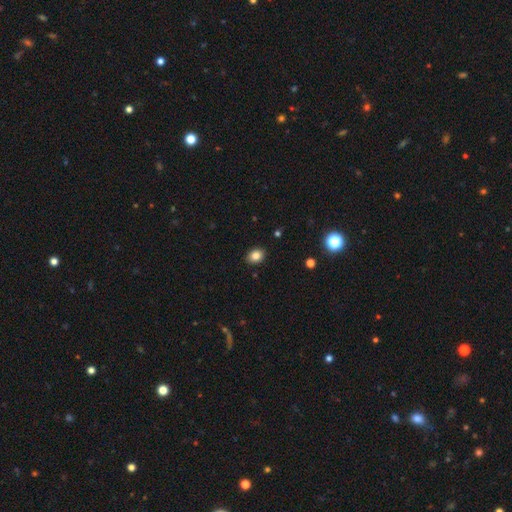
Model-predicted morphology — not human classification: Smooth or featured?
  - smooth: 84% *
  - star or artifact: 10%
  - featured or disk: 5%
How rounded?
  - in between: 55% *
  - round: 44%
  - cigar-shaped: 1%
Merging?
  - none: 90% *
  - minor disturbance: 7%
  - major disturbance: 2%
  - merger: 1%